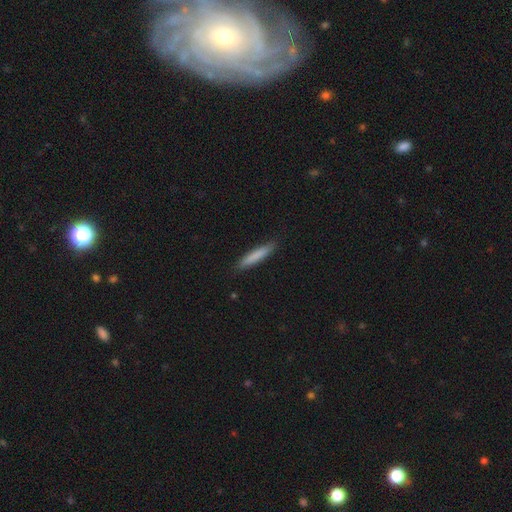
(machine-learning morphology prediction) A smooth galaxy with no disk features (82%) that is cigar-shaped (91%).

Vote fractions:
- Smooth or featured? smooth: 82% / featured or disk: 13% / star or artifact: 6%
- How rounded? cigar-shaped: 91% / in between: 8% / round: 1%
- Merging? none: 88% / minor disturbance: 9% / major disturbance: 2% / merger: 1%